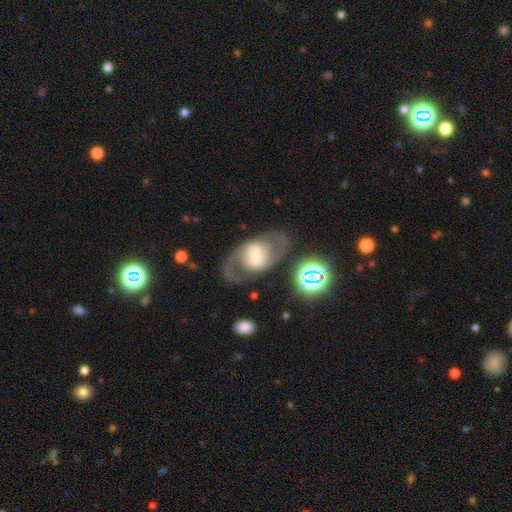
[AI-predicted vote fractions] This is likely a featured or disk galaxy (78%). It is clearly not viewed edge-on (95%). Bar: marginally weak (44%). Spiral arm pattern: clearly yes (89%). Spiral arm count: clearly 2 (89%). Spiral winding: possibly medium (54%). Central bulge: marginally moderate (45%). Merging: likely none (73%).